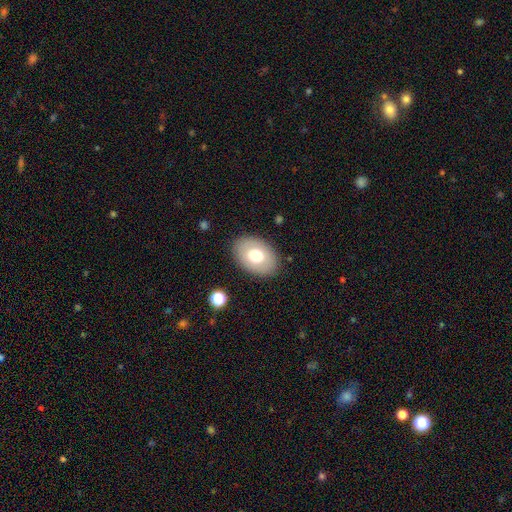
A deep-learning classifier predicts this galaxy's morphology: type=smooth (70%); roundness=in between (84%); merging=none (87%).